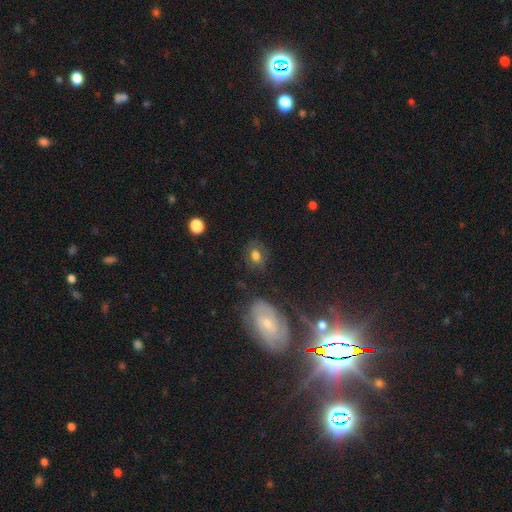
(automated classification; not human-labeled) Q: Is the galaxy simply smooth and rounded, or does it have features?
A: smooth — 64%.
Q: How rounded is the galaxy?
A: in between — 53%.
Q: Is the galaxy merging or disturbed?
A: none — 68%.